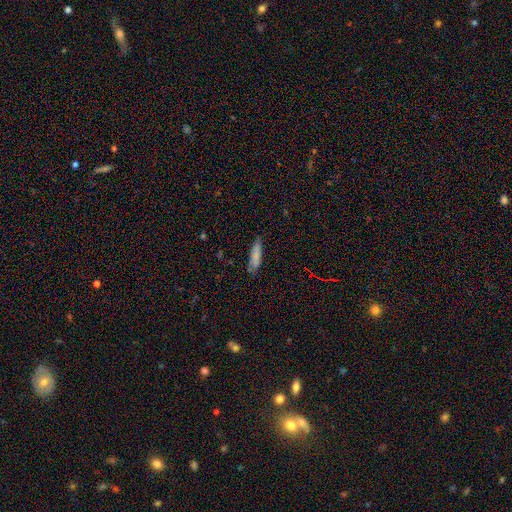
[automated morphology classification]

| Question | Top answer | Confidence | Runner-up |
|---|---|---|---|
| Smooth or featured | smooth | 75% | featured or disk (17%) |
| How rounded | cigar-shaped | 65% | in between (33%) |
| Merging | none | 74% | minor disturbance (20%) |